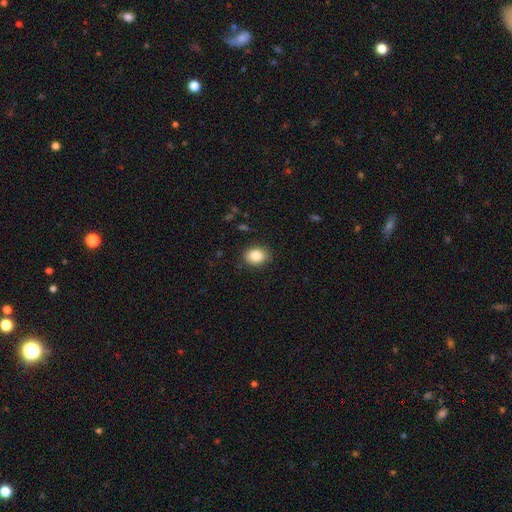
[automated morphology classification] Smooth or featured? Predicted: smooth (p=0.85). How rounded? Predicted: in between (p=0.57). Merging? Predicted: none (p=0.87).